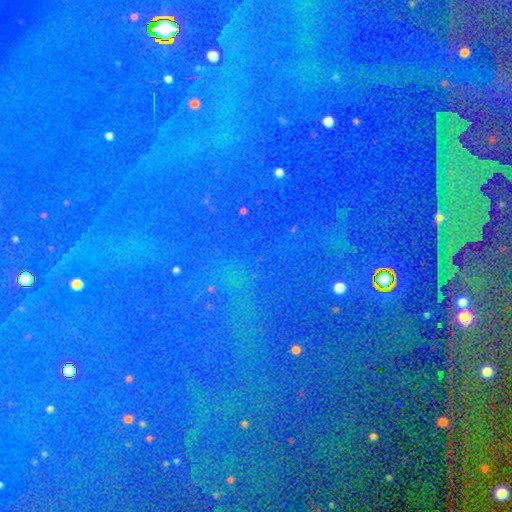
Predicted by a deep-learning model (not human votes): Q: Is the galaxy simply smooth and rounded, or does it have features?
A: star or artifact — 80%.